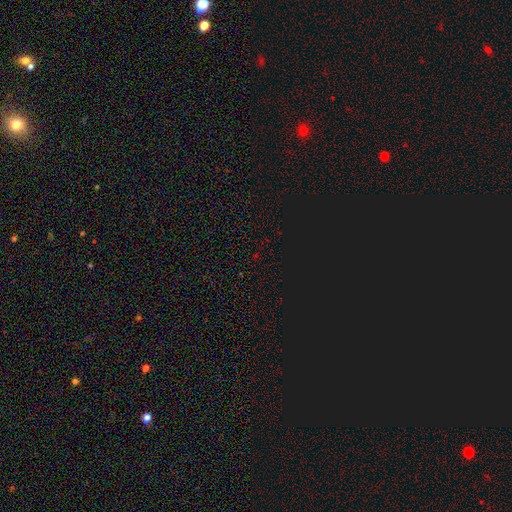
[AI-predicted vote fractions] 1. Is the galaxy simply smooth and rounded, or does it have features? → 76% star or artifact, 17% smooth, 7% featured or disk.